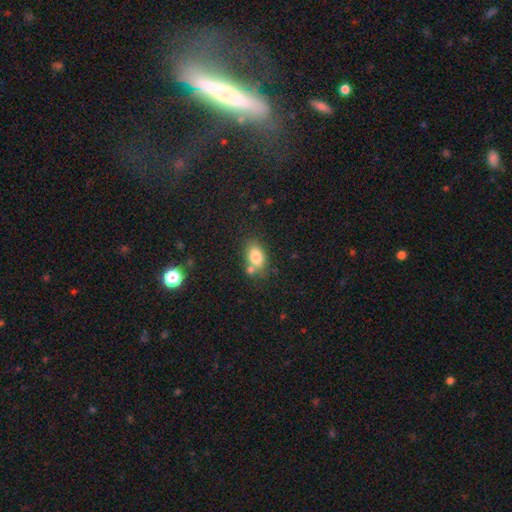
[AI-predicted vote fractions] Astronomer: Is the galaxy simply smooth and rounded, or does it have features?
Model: smooth — 47% (runner-up: featured or disk, 31%).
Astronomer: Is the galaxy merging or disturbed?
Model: none — 62%.